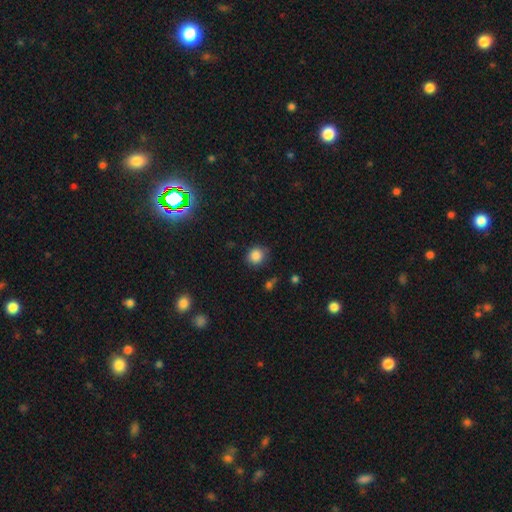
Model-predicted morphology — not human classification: smooth 84%, star or artifact 11%, featured or disk 4%. Down the decision tree: how rounded — round (82%); merging — none (82%).